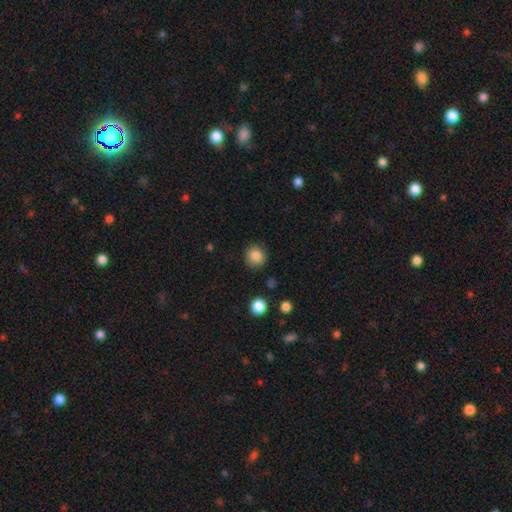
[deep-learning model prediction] Smooth or featured: smooth — 86% (star or artifact — 10%)
How rounded: round — 90% (in between — 9%)
Merging: none — 87% (minor disturbance — 9%)